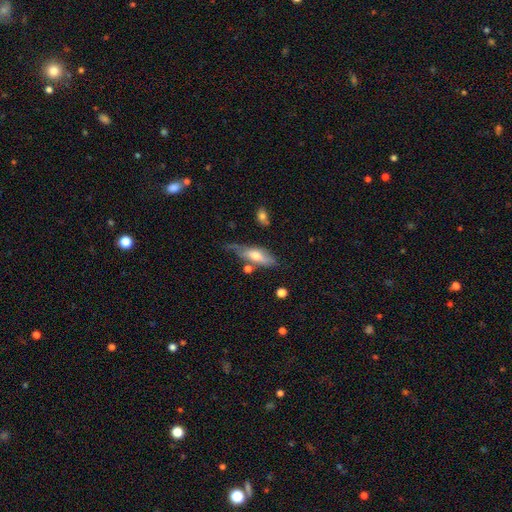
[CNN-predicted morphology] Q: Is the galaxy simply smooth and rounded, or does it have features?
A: smooth — 53%.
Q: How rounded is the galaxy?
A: in between — 62%.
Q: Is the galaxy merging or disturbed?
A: none — 41%.